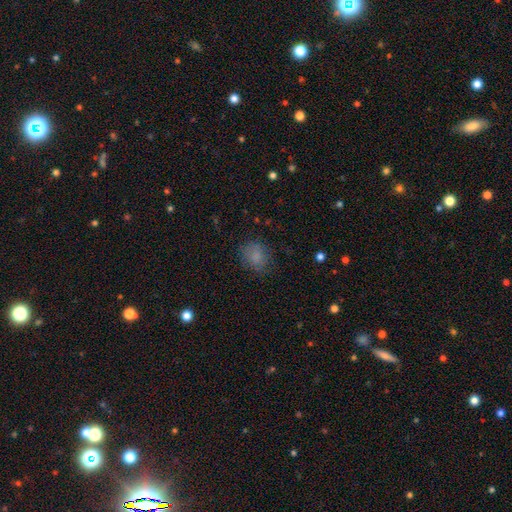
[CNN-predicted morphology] The model was most divided on "how rounded": round: 62%, in between: 37%, cigar-shaped: 1%. More confident: smooth or featured — smooth (80%); merging — none (75%).